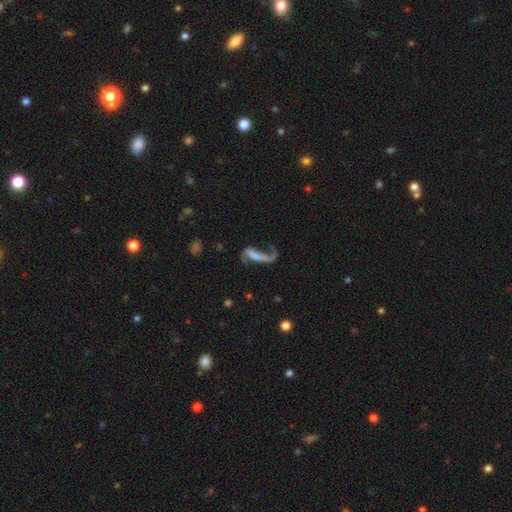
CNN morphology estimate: This appears to be a featured or disk galaxy (73%) with a strong bar (42%), 2 (69%) loose (85%) spiral arms (86%) and no central bulge (56%). Merging: none (41%).